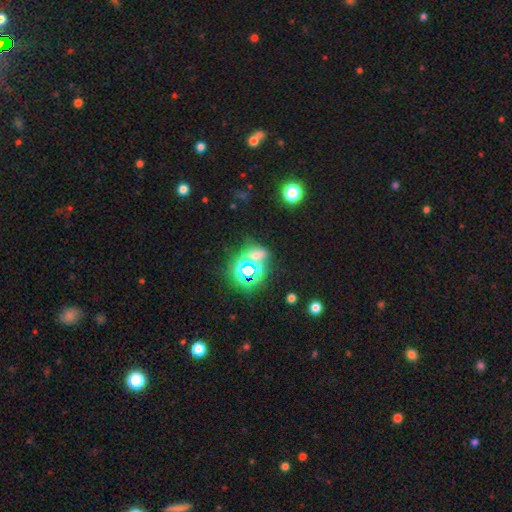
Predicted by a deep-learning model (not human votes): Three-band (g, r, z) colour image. It shows a star or artifact, not a galaxy (63%).